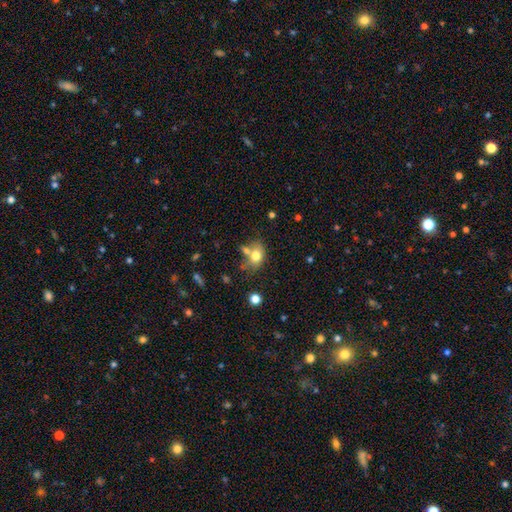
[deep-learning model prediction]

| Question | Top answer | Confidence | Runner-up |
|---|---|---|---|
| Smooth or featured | smooth | 73% | featured or disk (16%) |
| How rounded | in between | 65% | round (33%) |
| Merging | none | 44% | merger (30%) |